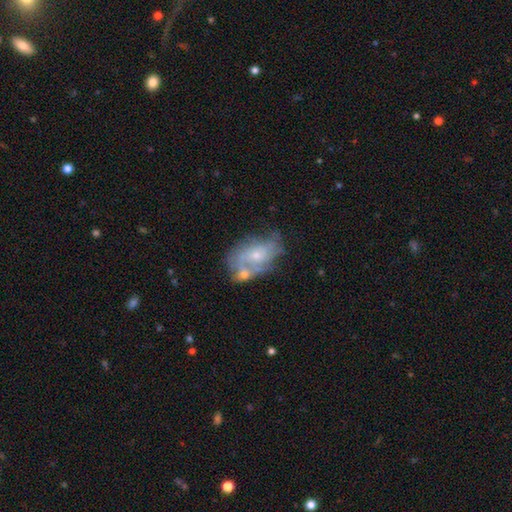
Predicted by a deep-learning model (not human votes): A featured or disk galaxy (68%) with no bar (74%), spiral arms (72%) and a small central bulge (63%). Merging: none (38%).